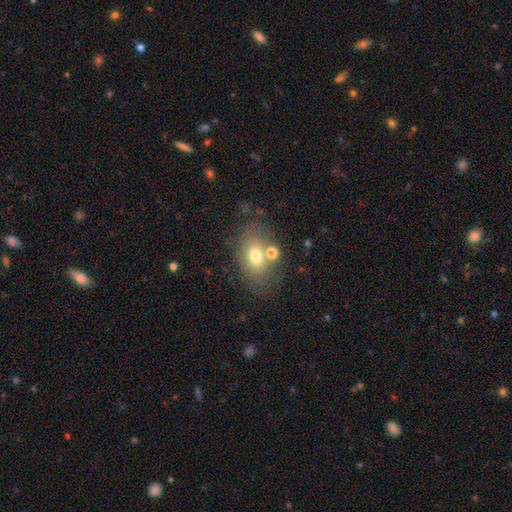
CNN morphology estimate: smooth-or-featured: smooth: 67% | featured or disk: 20% | star or artifact: 12%
  how-rounded: in between: 76% | round: 23% | cigar-shaped: 1%
  merging: none: 60% | merger: 17% | minor disturbance: 15% | major disturbance: 7%